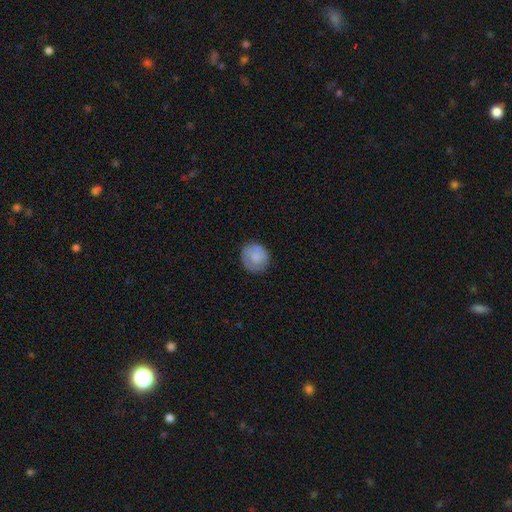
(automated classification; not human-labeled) This is likely a smooth galaxy (78%). How rounded: clearly round (87%). Merging: likely none (78%).